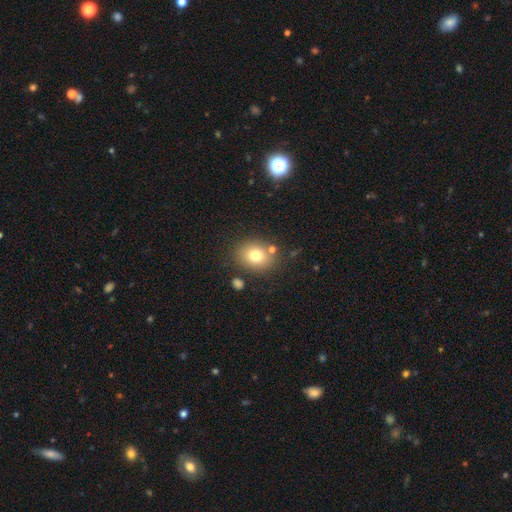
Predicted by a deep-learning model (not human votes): A smooth galaxy with no disk features (76%) that is round (58%). Merging: none (78%).